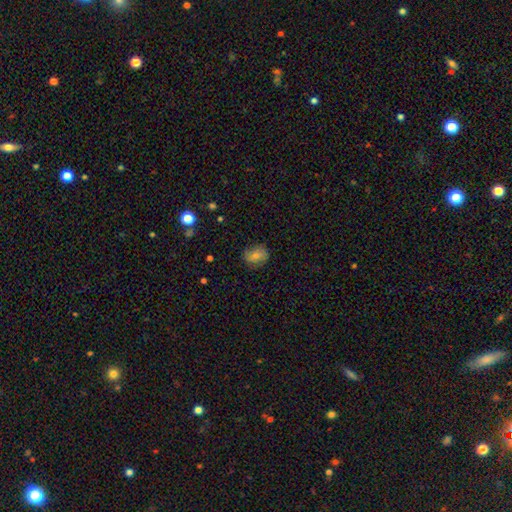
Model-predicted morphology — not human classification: A smooth galaxy with no disk features (59%) that is in between round and cigar-shaped (52%).

Vote fractions:
- Smooth or featured? smooth: 59% / featured or disk: 28% / star or artifact: 13%
- How rounded? in between: 52% / round: 46% / cigar-shaped: 2%
- Merging? none: 81% / minor disturbance: 14% / major disturbance: 4% / merger: 1%